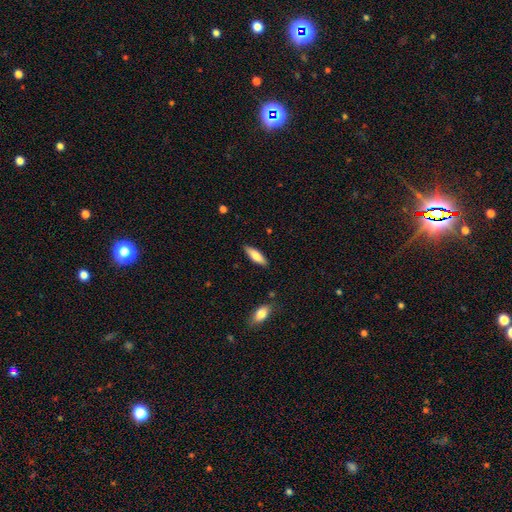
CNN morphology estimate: This appears to be a smooth galaxy with no disk features (74%) that is in between round and cigar-shaped (49%, tied with cigar-shaped). Merging: none (87%).